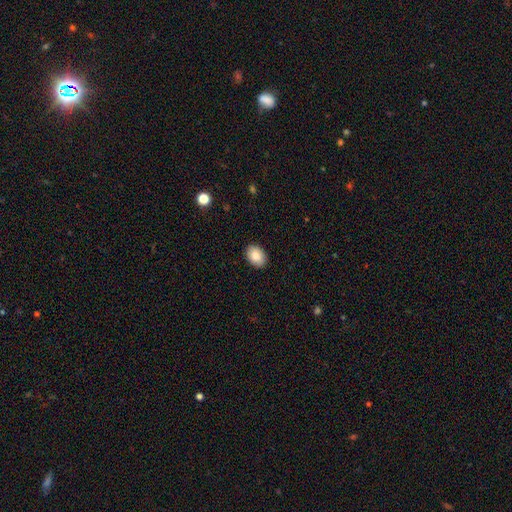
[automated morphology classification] smooth-or-featured: smooth: 89% | star or artifact: 7% | featured or disk: 5%
  how-rounded: in between: 84% | round: 15% | cigar-shaped: 1%
  merging: none: 90% | minor disturbance: 7% | major disturbance: 2% | merger: 1%